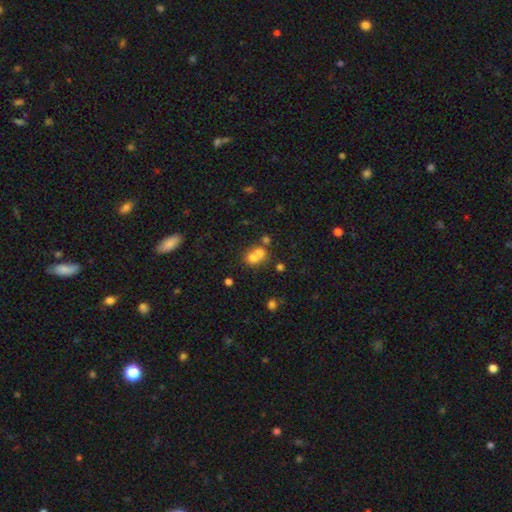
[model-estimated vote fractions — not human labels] smooth-or-featured: smooth: 67% | featured or disk: 19% | star or artifact: 14%
  how-rounded: round: 70% | in between: 29% | cigar-shaped: 1%
  merging: merger: 63% | none: 28% | minor disturbance: 6% | major disturbance: 3%